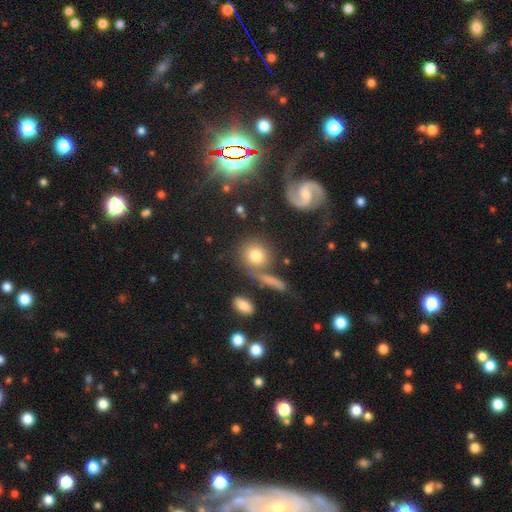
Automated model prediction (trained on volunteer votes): smooth 73%, featured or disk 16%, star or artifact 11%. Down the decision tree: how rounded — round (79%); merging — none (57%).